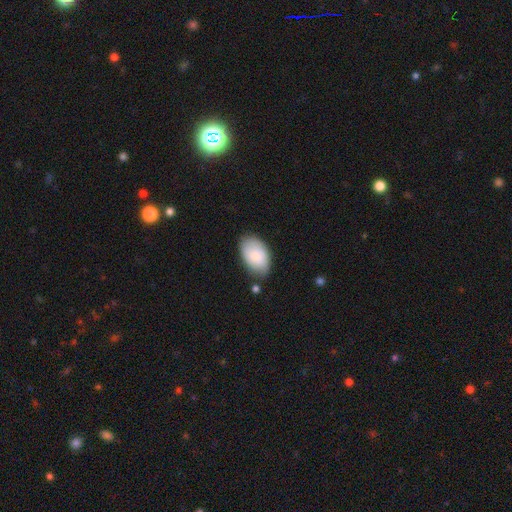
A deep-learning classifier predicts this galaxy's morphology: Overall: smooth (82%). How rounded: in between (93%). Merging: none (75%).